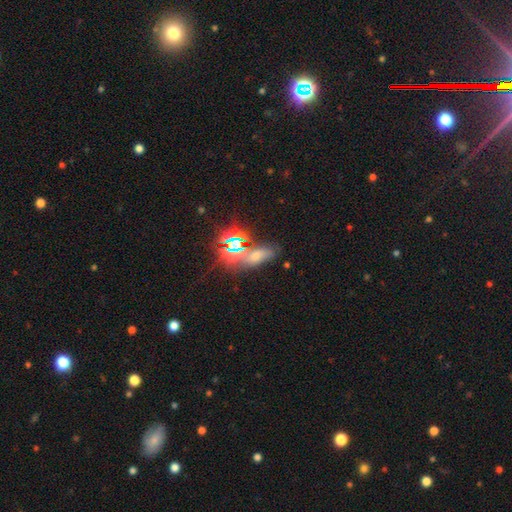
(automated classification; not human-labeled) The model was most divided on "smooth or featured": star or artifact: 55%, smooth: 32%, featured or disk: 13%.